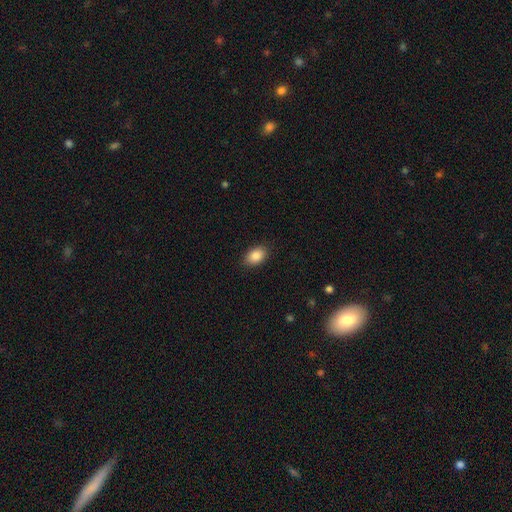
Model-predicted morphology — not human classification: smooth-or-featured: smooth: 87% | star or artifact: 8% | featured or disk: 5%
  how-rounded: in between: 87% | round: 11% | cigar-shaped: 1%
  merging: none: 88% | minor disturbance: 9% | major disturbance: 2% | merger: 1%